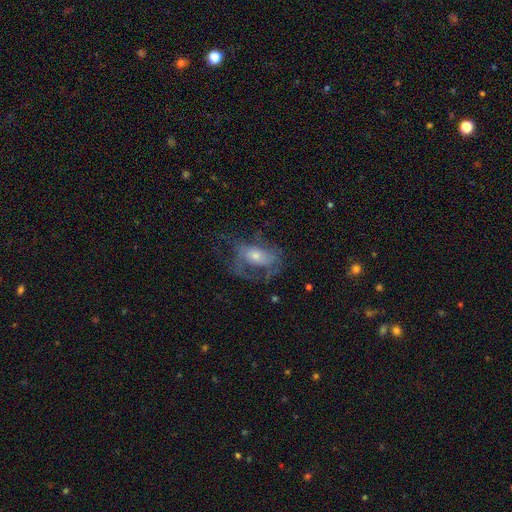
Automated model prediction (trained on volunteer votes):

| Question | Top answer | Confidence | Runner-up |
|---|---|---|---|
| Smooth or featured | featured or disk | 61% | smooth (29%) |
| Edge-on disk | no | 94% | yes (6%) |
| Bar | no | 67% | weak (25%) |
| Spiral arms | yes | 59% | no (41%) |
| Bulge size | small | 45% | moderate (44%) |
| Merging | major disturbance | 40% | none (38%) |